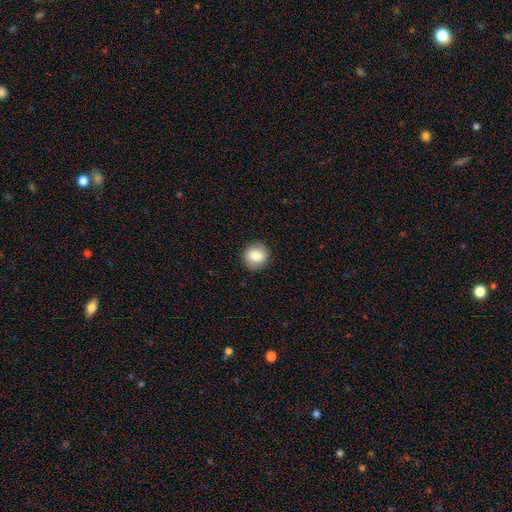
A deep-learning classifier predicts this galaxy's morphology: This is clearly a smooth galaxy (83%). How rounded: clearly round (88%). Merging: clearly none (90%).